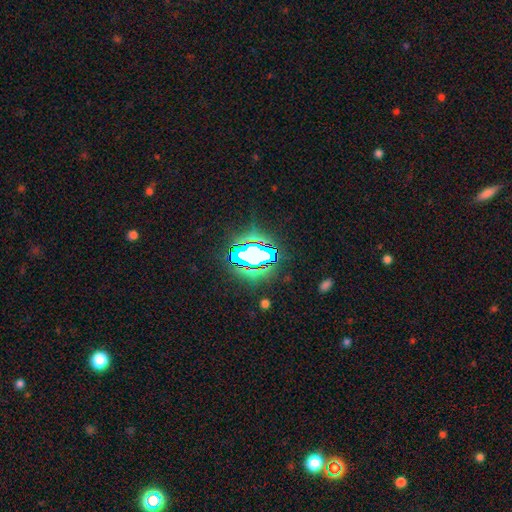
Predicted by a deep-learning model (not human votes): Overall: star or artifact (65%).